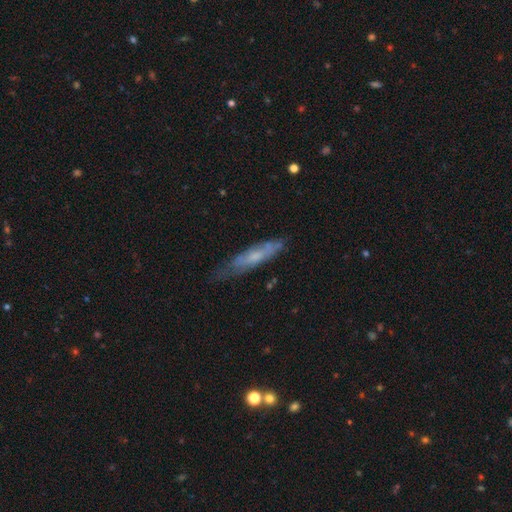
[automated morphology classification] smooth-or-featured: featured or disk: 51% | smooth: 42% | star or artifact: 7%
  disk-edge-on: yes: 55% | no: 45%
  merging: none: 65% | minor disturbance: 26% | major disturbance: 7% | merger: 2%